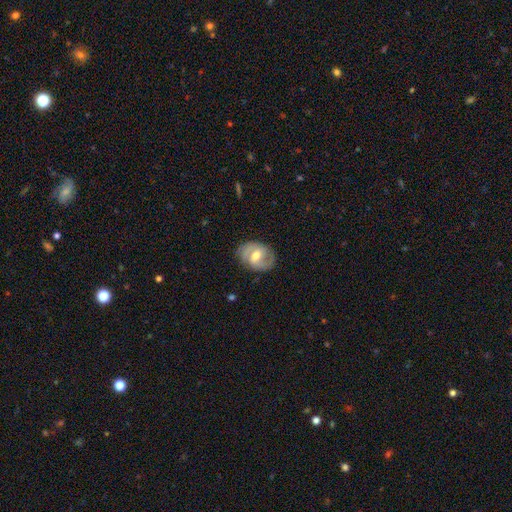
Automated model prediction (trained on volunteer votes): Smooth or featured: featured or disk — 75% (smooth — 20%)
Edge-on disk: no — 97% (yes — 3%)
Bar: weak — 52% (no — 24%)
Spiral arms: yes — 88% (no — 12%)
Spiral winding: medium — 47% (tight — 36%)
Spiral arm count: 2 — 82% (can't tell — 9%)
Bulge size: moderate — 69% (small — 24%)
Merging: none — 79% (minor disturbance — 15%)